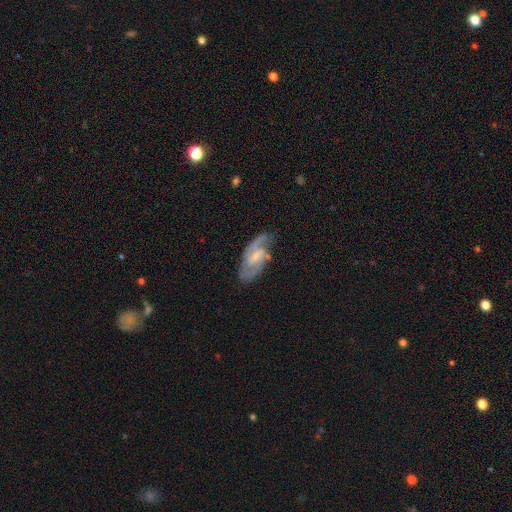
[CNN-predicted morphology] A featured or disk galaxy (81%) with a weak bar (55%), 2 (76%) medium (52%) spiral arms (94%) and a small central bulge (48%). Merging: none (68%).